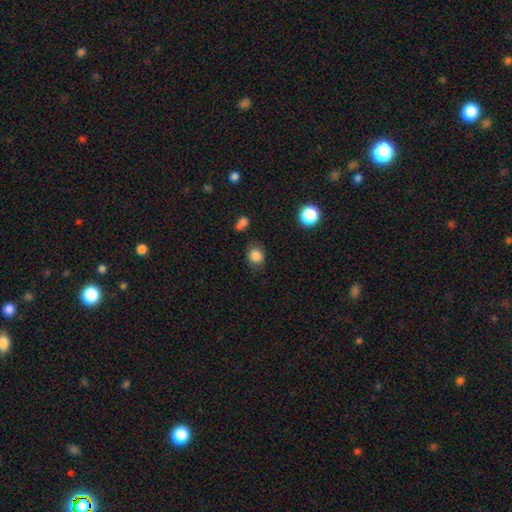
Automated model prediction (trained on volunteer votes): Q: Smooth or featured?
A: smooth (84%); runner-up: star or artifact (11%)
Q: How rounded?
A: round (72%); runner-up: in between (27%)
Q: Merging?
A: none (77%); runner-up: minor disturbance (15%)